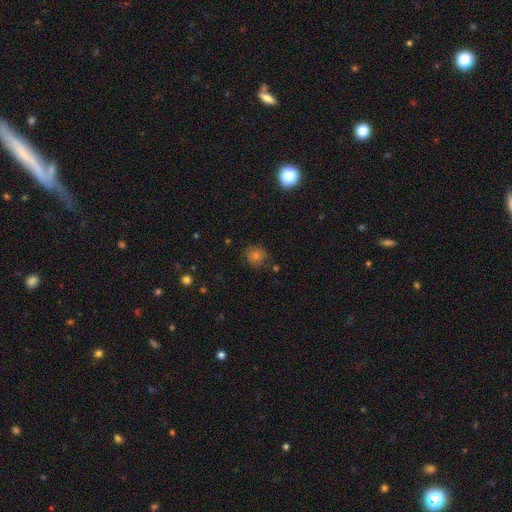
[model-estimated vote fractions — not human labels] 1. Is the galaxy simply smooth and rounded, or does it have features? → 63% smooth, 22% star or artifact, 15% featured or disk.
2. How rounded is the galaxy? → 91% round, 8% in between, 1% cigar-shaped.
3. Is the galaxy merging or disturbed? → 84% none, 11% minor disturbance, 3% major disturbance, 2% merger.